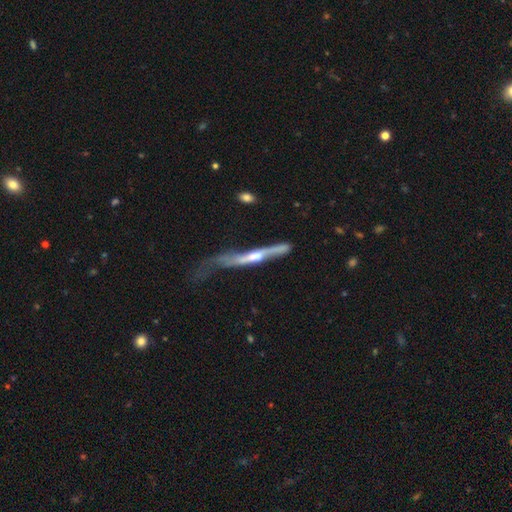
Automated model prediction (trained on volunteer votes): A featured or disk galaxy (69%) viewed edge-on (82%) with a rounded central bulge (62%).

Vote fractions:
- Smooth or featured? featured or disk: 69% / smooth: 24% / star or artifact: 7%
- Edge-on disk? yes: 82% / no: 18%
- Edge-on bulge? rounded: 62% / none: 23% / boxy: 15%
- Merging? major disturbance: 36% / none: 30% / minor disturbance: 27% / merger: 6%